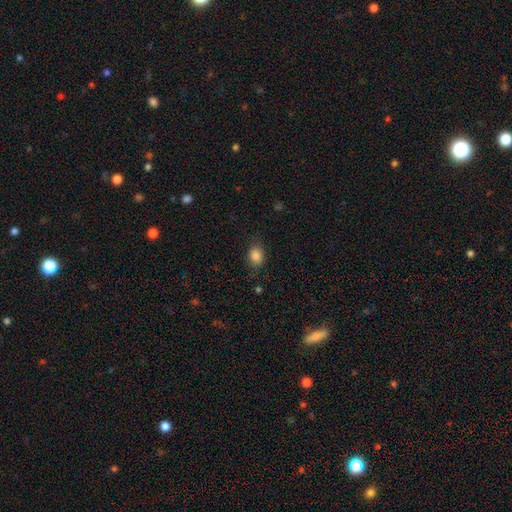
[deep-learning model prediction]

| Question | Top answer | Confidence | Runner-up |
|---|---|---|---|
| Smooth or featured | smooth | 85% | star or artifact (10%) |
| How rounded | in between | 62% | round (37%) |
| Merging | none | 77% | minor disturbance (17%) |